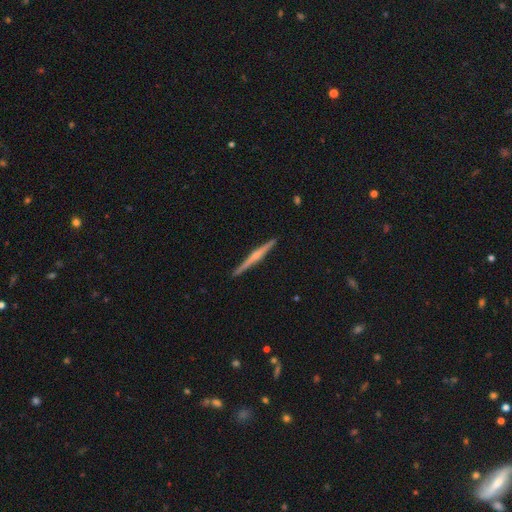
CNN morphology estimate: This appears to be a featured or disk galaxy (76%) viewed edge-on (98%) with a rounded central bulge (77%). Merging: none (92%).